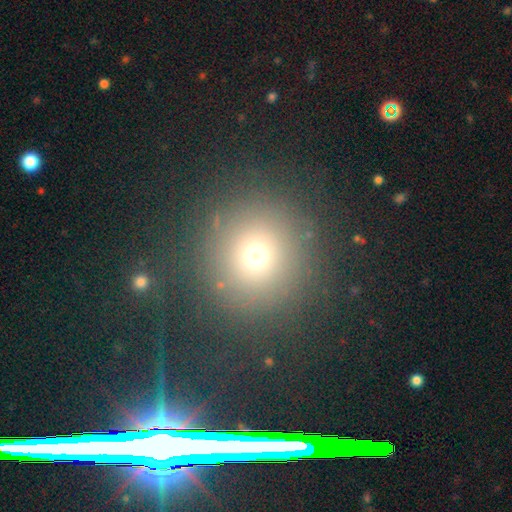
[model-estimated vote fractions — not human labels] This appears to be a smooth galaxy with no disk features (67%) that is round (94%). Merging: none (86%).